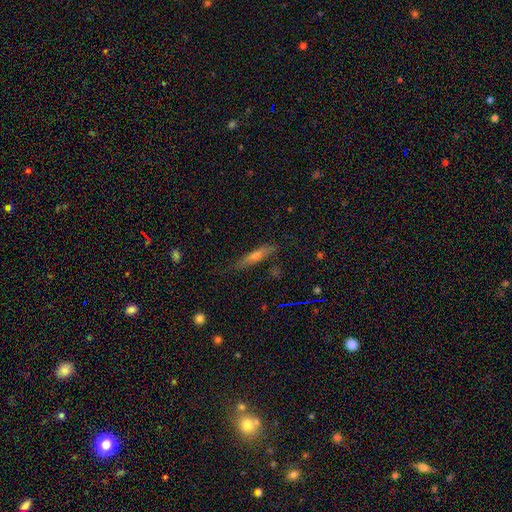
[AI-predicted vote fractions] featured or disk 50%, smooth 40%, star or artifact 10%. Down the decision tree: edge-on disk — yes (89%); merging — none (79%).